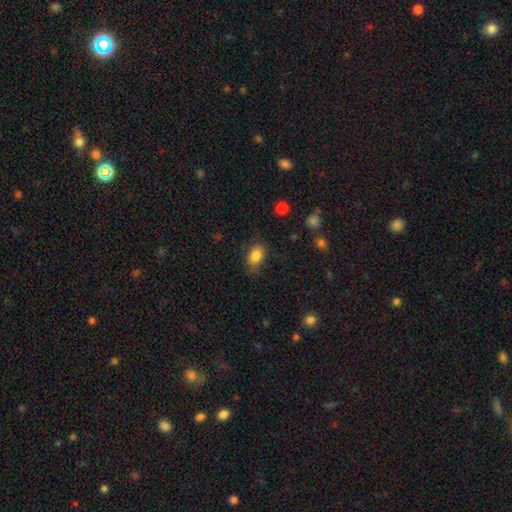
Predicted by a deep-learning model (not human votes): Smooth or featured? Predicted: smooth (p=0.84). How rounded? Predicted: in between (p=0.82). Merging? Predicted: none (p=0.73).